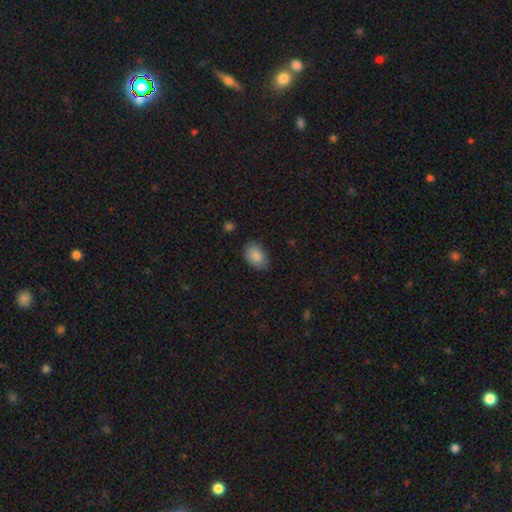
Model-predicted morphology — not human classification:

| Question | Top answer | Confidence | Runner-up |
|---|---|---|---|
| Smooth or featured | smooth | 88% | star or artifact (7%) |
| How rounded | in between | 89% | round (10%) |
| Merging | none | 80% | minor disturbance (16%) |